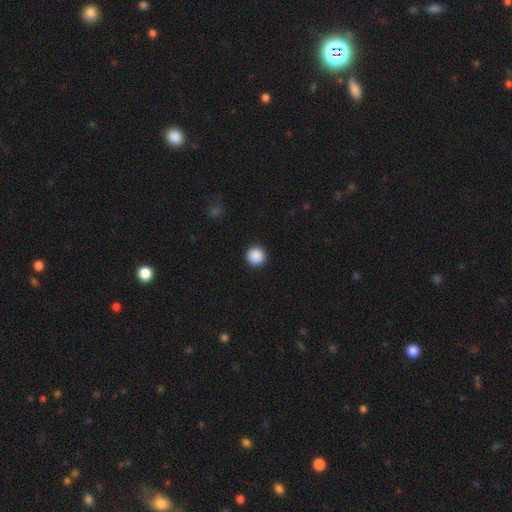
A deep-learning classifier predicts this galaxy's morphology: smooth 89%, star or artifact 9%, featured or disk 2%. Down the decision tree: how rounded — round (96%); merging — none (93%).